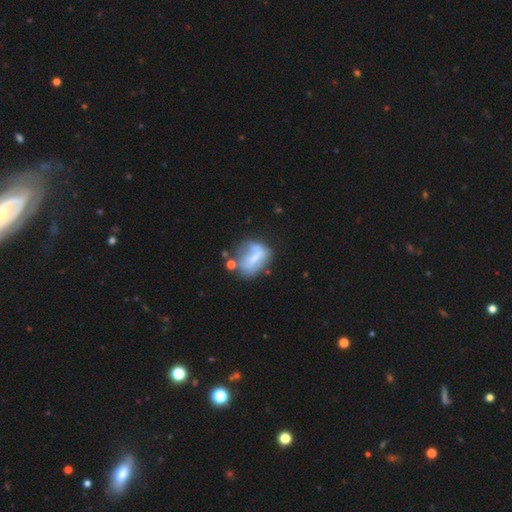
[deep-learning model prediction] Overall: smooth (47%; featured or disk 44%). Merging: none (40%; minor disturbance 26%).